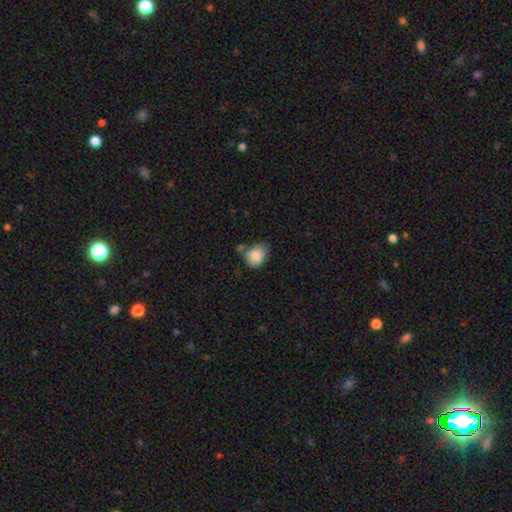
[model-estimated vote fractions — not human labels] smooth_or_featured: smooth (p=0.85) [alt: star or artifact p=0.08]
how_rounded: in between (p=0.61) [alt: round p=0.38]
merging: none (p=0.51) [alt: minor disturbance p=0.31]